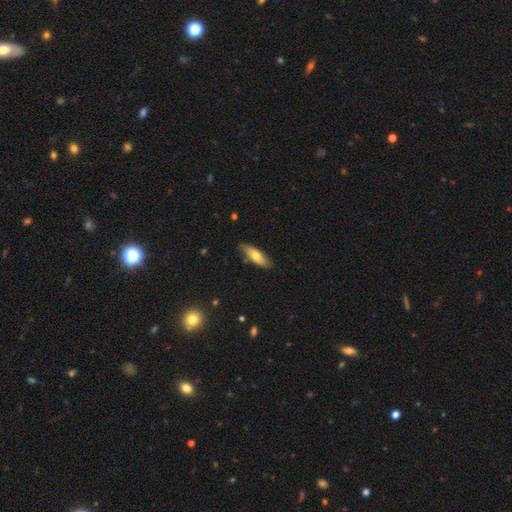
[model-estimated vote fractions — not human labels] A smooth galaxy with no disk features (68%) that is in between round and cigar-shaped (55%).

Vote fractions:
- Smooth or featured? smooth: 68% / featured or disk: 26% / star or artifact: 6%
- How rounded? in between: 55% / cigar-shaped: 43% / round: 2%
- Merging? none: 82% / minor disturbance: 14% / major disturbance: 2% / merger: 2%